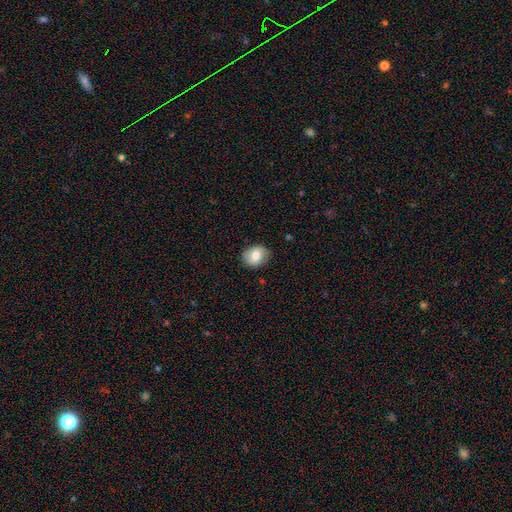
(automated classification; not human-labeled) Overall: smooth (77%). How rounded: in between (50%; round 49%). Merging: none (81%).